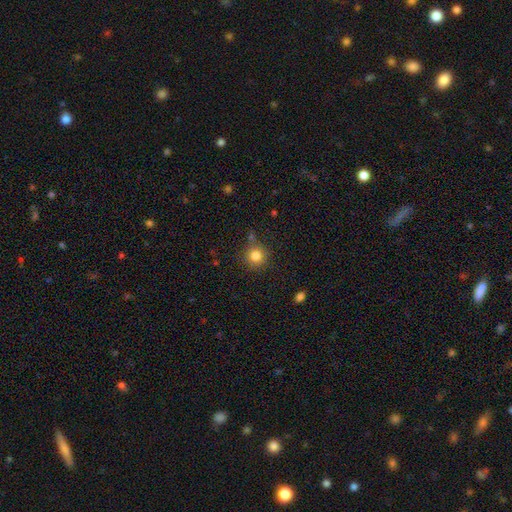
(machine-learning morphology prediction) This appears to be a smooth galaxy with no disk features (82%) that is round (94%). Merging: none (80%).